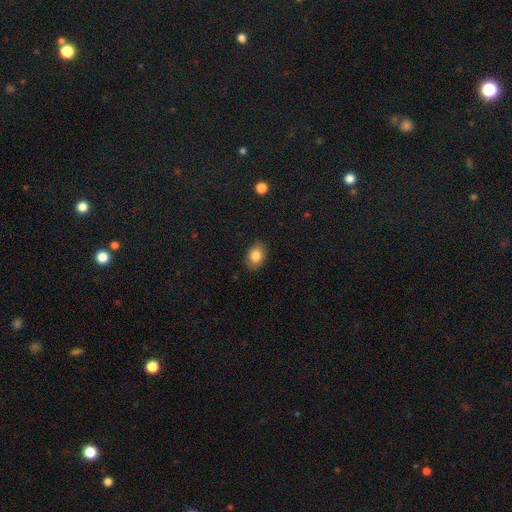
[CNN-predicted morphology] Smooth or featured?
  - smooth: 84% *
  - star or artifact: 9%
  - featured or disk: 7%
How rounded?
  - in between: 76% *
  - round: 22%
  - cigar-shaped: 1%
Merging?
  - none: 87% *
  - minor disturbance: 10%
  - major disturbance: 2%
  - merger: 1%